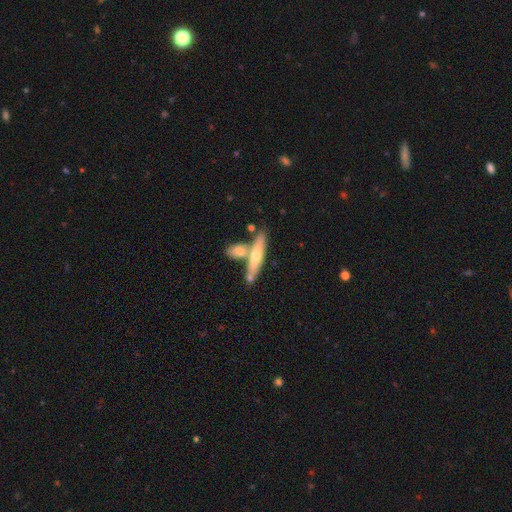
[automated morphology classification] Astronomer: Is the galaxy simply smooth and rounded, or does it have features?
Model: smooth — 50% (runner-up: featured or disk, 44%).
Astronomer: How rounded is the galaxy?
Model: cigar-shaped — 81%.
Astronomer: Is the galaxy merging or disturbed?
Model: none — 58%.